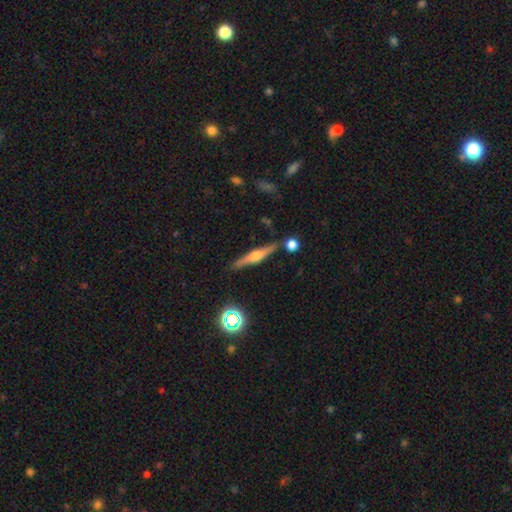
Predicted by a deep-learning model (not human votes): A featured or disk galaxy (67%) viewed edge-on (97%) with a rounded central bulge (89%). Merging: none (84%).